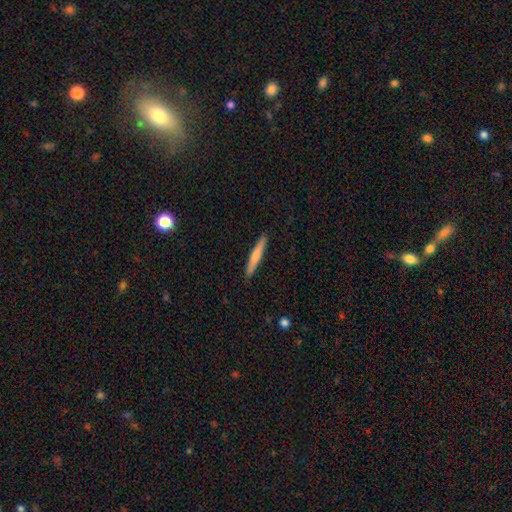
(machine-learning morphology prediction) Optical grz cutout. It shows a smooth galaxy with no disk features (68%) that is cigar-shaped (95%). Merging: none (91%).